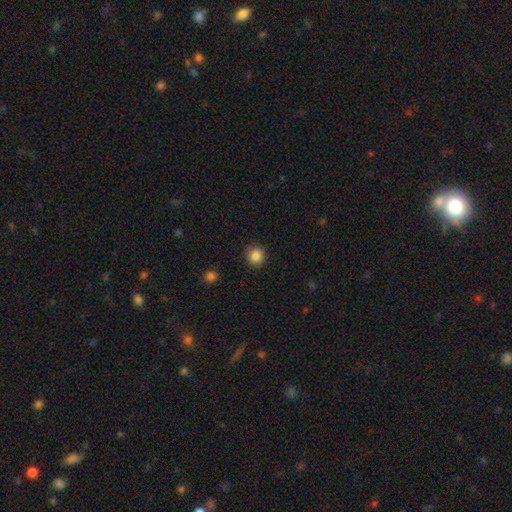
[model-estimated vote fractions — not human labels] smooth_or_featured: smooth (p=0.85) [alt: star or artifact p=0.10]
how_rounded: round (p=0.91) [alt: in between p=0.08]
merging: none (p=0.89) [alt: minor disturbance p=0.08]